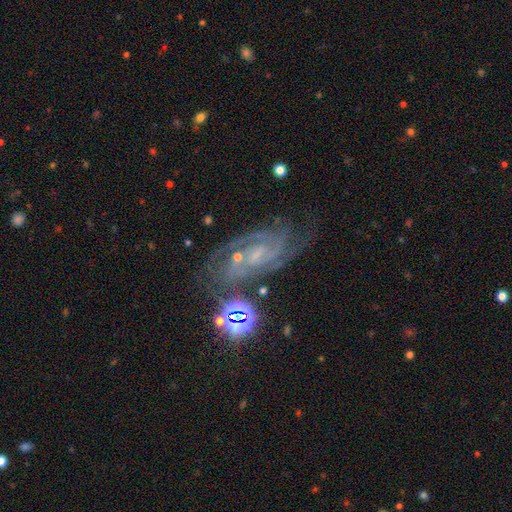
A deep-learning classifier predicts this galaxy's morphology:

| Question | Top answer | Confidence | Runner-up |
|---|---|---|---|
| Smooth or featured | featured or disk | 80% | star or artifact (13%) |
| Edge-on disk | no | 95% | yes (5%) |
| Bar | weak | 43% | no (42%) |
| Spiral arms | yes | 96% | no (4%) |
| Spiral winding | tight | 54% | medium (39%) |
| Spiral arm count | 2 | 43% | can't tell (21%) |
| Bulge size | small | 64% | none (17%) |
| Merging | none | 66% | minor disturbance (18%) |